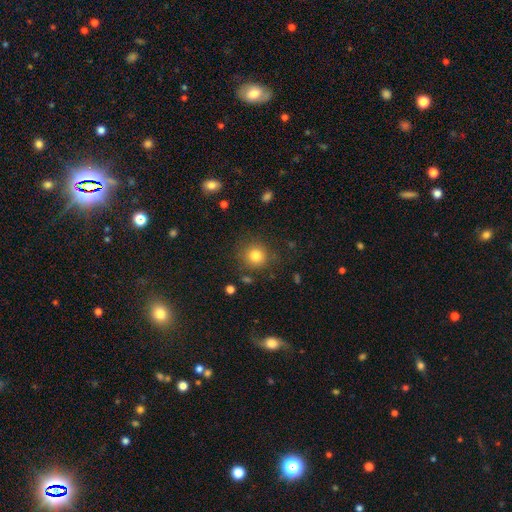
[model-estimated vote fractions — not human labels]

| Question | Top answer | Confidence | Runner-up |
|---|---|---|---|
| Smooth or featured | smooth | 80% | star or artifact (12%) |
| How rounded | round | 91% | in between (8%) |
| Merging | none | 84% | minor disturbance (10%) |